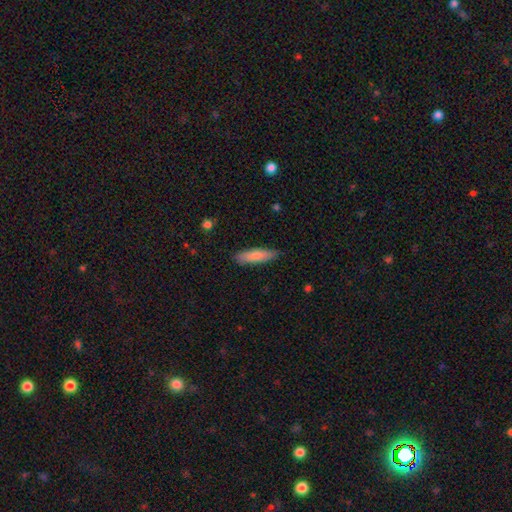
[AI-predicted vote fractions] Q: Smooth or featured?
A: smooth (79%); runner-up: featured or disk (15%)
Q: How rounded?
A: cigar-shaped (71%); runner-up: in between (28%)
Q: Merging?
A: none (85%); runner-up: minor disturbance (12%)